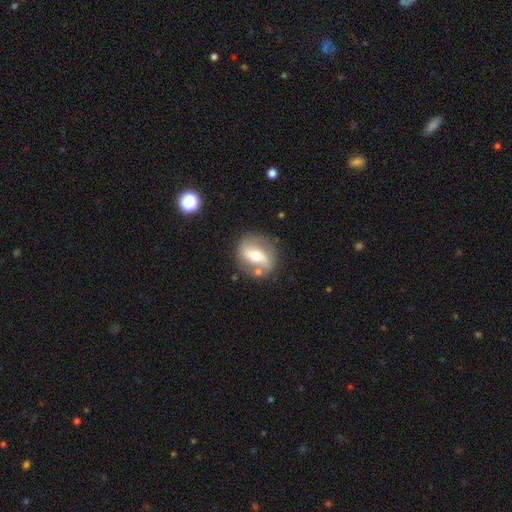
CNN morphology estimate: This appears to be a featured or disk galaxy (64%) with a strong bar (48%), spiral arms (58%) and a moderate central bulge (68%). Merging: none (74%).